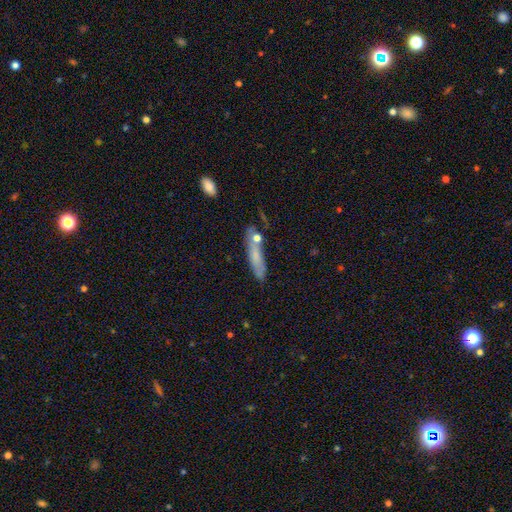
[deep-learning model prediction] Overall: smooth (65%; featured or disk 26%). How rounded: cigar-shaped (76%). Merging: none (63%).